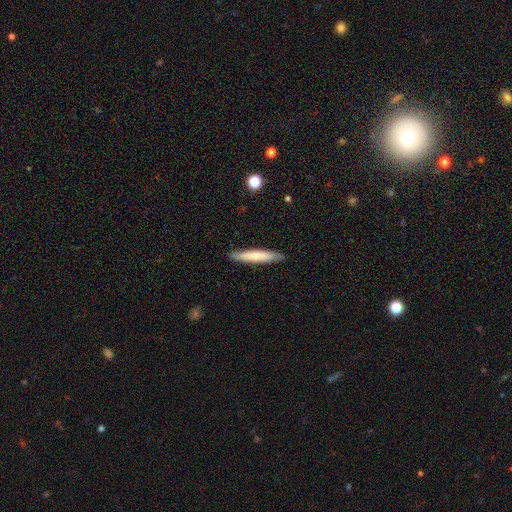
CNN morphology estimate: Overall: smooth (68%). How rounded: cigar-shaped (93%). Merging: none (88%).